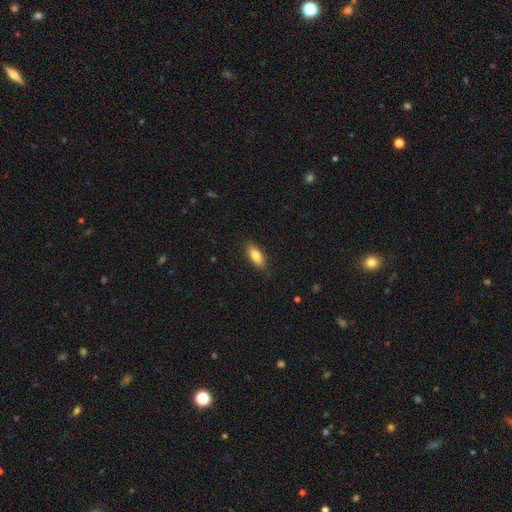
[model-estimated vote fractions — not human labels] Morphology: type=smooth (82%); roundness=in between (79%); merging=none (86%).